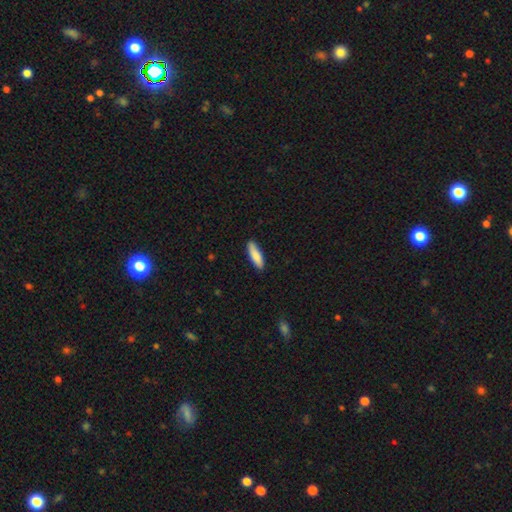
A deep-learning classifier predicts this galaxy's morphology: The model was most divided on "how rounded": cigar-shaped: 62%, in between: 37%, round: 2%. More confident: merging — none (86%); smooth or featured — smooth (86%).